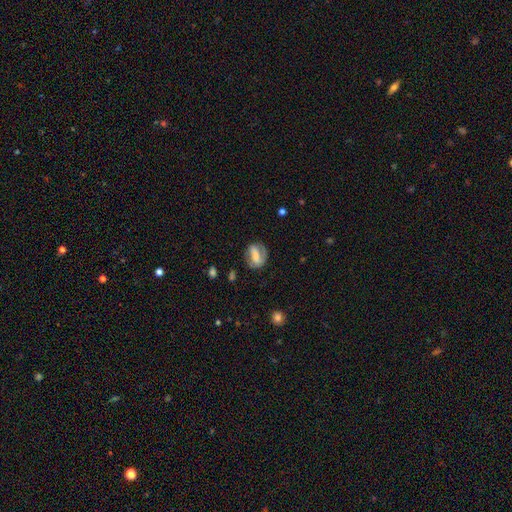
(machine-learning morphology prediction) Smooth or featured?
  - featured or disk: 57% *
  - smooth: 35%
  - star or artifact: 7%
Edge-on disk?
  - no: 94% *
  - yes: 6%
Bar?
  - strong: 59% *
  - weak: 27%
  - no: 14%
Spiral arms?
  - yes: 67% *
  - no: 33%
Bulge size?
  - small: 37% *
  - moderate: 35%
  - none: 15%
  - large: 11%
  - dominant: 2%
Merging?
  - none: 72% *
  - minor disturbance: 17%
  - major disturbance: 9%
  - merger: 2%